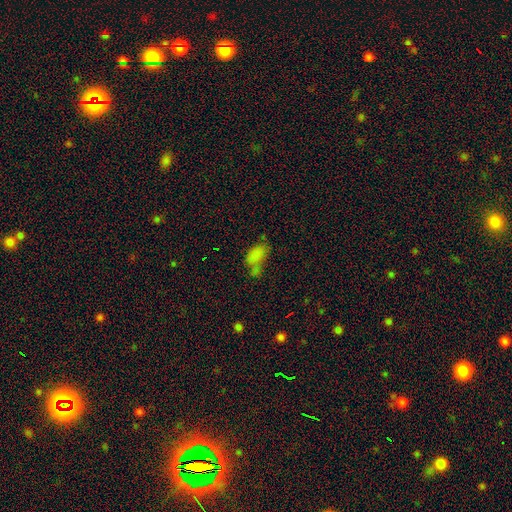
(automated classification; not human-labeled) smooth 76%, star or artifact 15%, featured or disk 9%. Down the decision tree: how rounded — in between (91%); merging — none (35%).